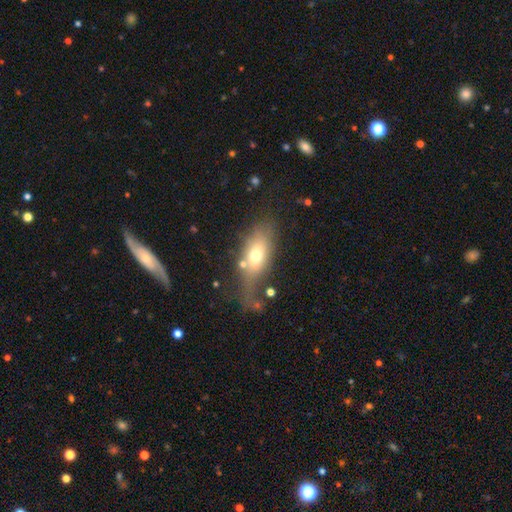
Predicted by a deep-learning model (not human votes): Overall: smooth (63%; featured or disk 27%). How rounded: in between (80%). Merging: none (44%; minor disturbance 23%).